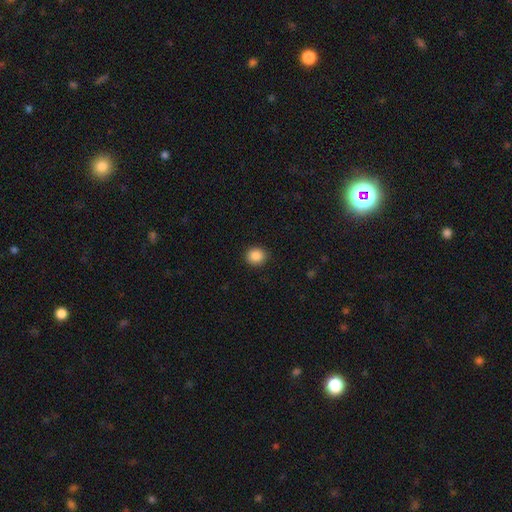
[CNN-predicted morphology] smooth 88%, star or artifact 9%, featured or disk 3%. Down the decision tree: how rounded — round (84%); merging — none (91%).